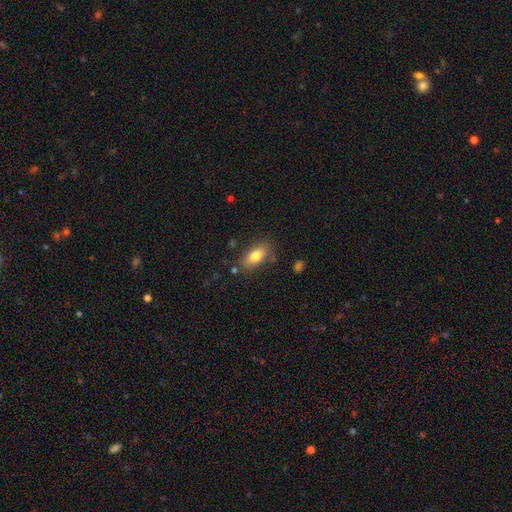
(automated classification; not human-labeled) Q: Smooth or featured?
A: smooth (79%); runner-up: featured or disk (13%)
Q: How rounded?
A: in between (86%); runner-up: cigar-shaped (8%)
Q: Merging?
A: none (78%); runner-up: minor disturbance (14%)